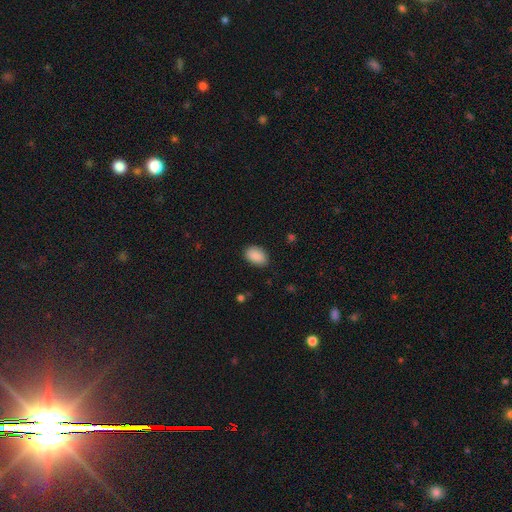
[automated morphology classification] This appears to be a smooth galaxy with no disk features (90%) that is in between round and cigar-shaped (87%). Merging: none (85%).